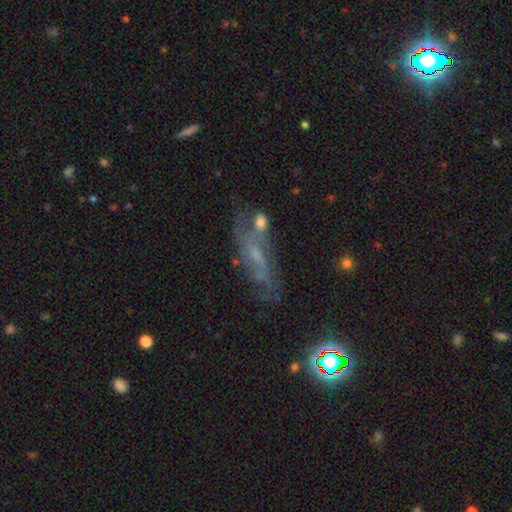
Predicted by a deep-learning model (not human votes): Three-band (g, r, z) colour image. It shows a featured or disk galaxy (57%). Merging: none (55%).